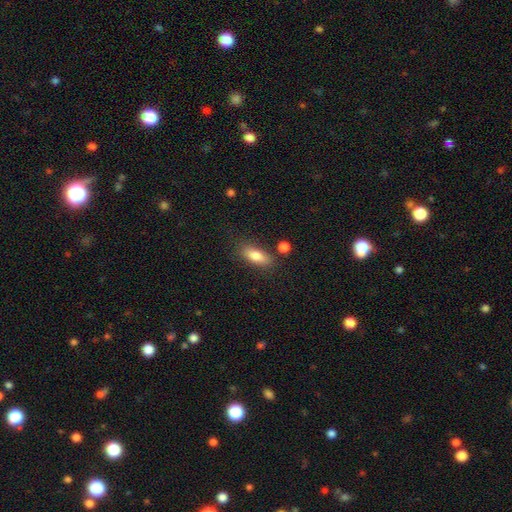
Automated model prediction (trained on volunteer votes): A smooth galaxy with no disk features (80%) that is in between round and cigar-shaped (73%). Merging: none (77%).